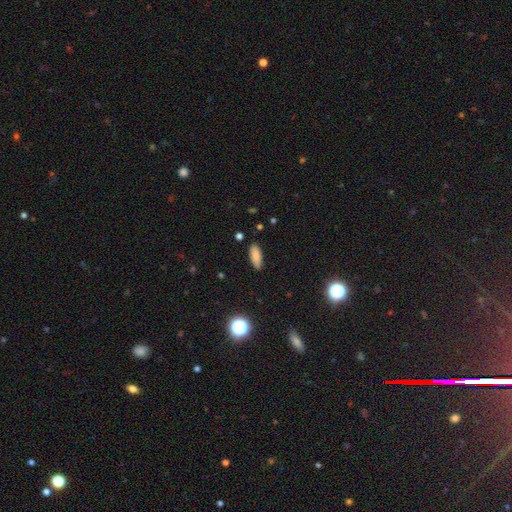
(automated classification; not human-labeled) A smooth galaxy with no disk features (84%) that is in between round and cigar-shaped (69%).

Vote fractions:
- Smooth or featured? smooth: 84% / star or artifact: 9% / featured or disk: 7%
- How rounded? in between: 69% / cigar-shaped: 28% / round: 2%
- Merging? none: 86% / minor disturbance: 10% / major disturbance: 2% / merger: 1%